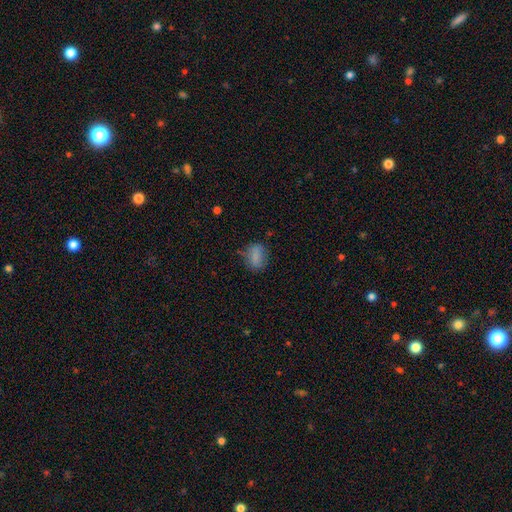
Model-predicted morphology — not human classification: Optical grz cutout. It shows a smooth galaxy with no disk features (78%) that is in between round and cigar-shaped (68%). Merging: none (69%).